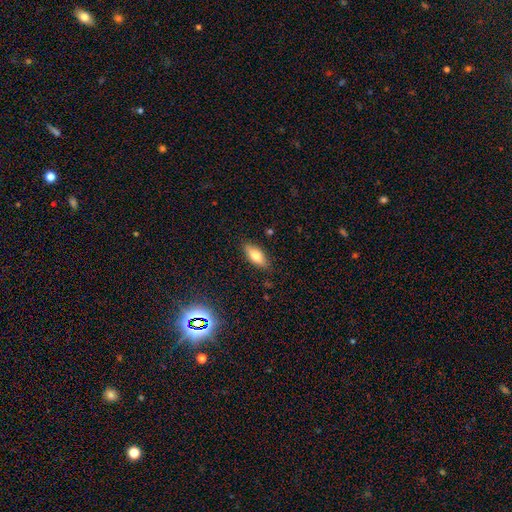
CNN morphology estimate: smooth 78%, featured or disk 15%, star or artifact 8%. Down the decision tree: how rounded — in between (83%); merging — none (85%).